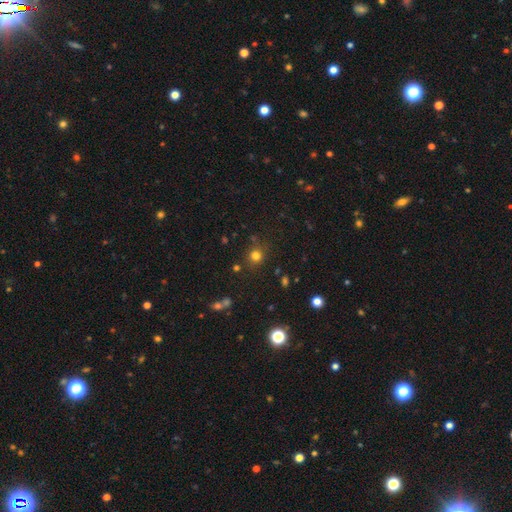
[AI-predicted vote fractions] Smooth or featured?
  - smooth: 75% *
  - star or artifact: 19%
  - featured or disk: 6%
How rounded?
  - round: 90% *
  - in between: 9%
  - cigar-shaped: 1%
Merging?
  - none: 82% *
  - minor disturbance: 10%
  - merger: 4%
  - major disturbance: 4%